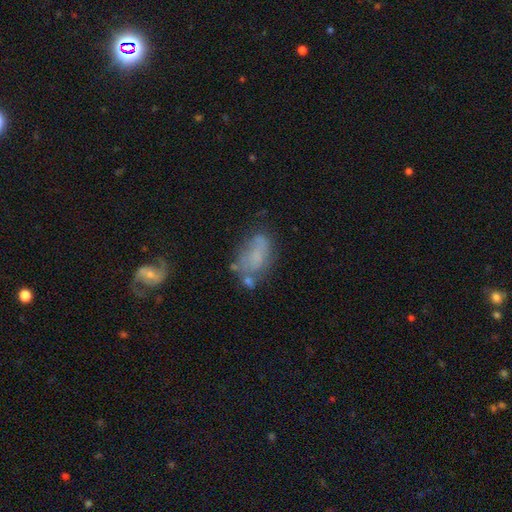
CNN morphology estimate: Smooth or featured? Predicted: smooth (p=0.50). Merging? Predicted: none (p=0.40).